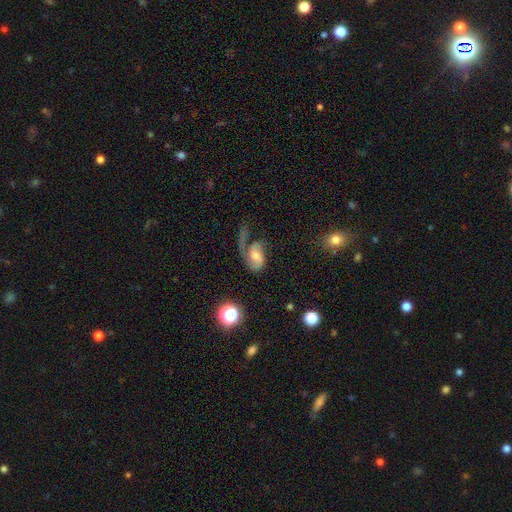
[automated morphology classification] Smooth or featured? Predicted: featured or disk (p=0.68). Edge-on disk? Predicted: no (p=0.96). Bar? Predicted: no (p=0.60). Spiral arms? Predicted: yes (p=0.89). Spiral winding? Predicted: loose (p=0.49). Spiral arm count? Predicted: 1 (p=0.51). Bulge size? Predicted: moderate (p=0.54). Merging? Predicted: major disturbance (p=0.45).